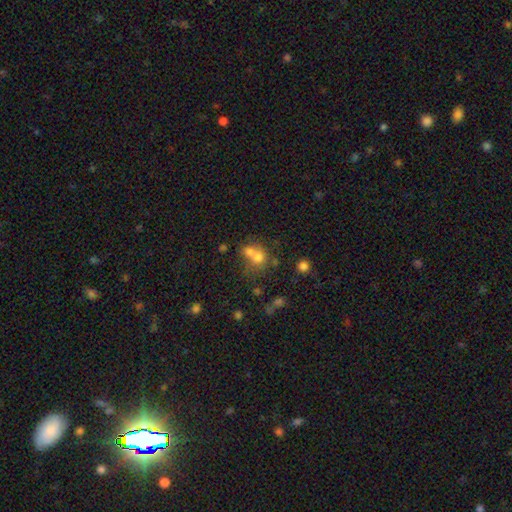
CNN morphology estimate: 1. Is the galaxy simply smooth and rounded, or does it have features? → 68% smooth, 17% featured or disk, 15% star or artifact.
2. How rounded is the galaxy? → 70% round, 29% in between, 1% cigar-shaped.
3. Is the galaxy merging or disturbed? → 58% merger, 30% none, 7% minor disturbance, 5% major disturbance.